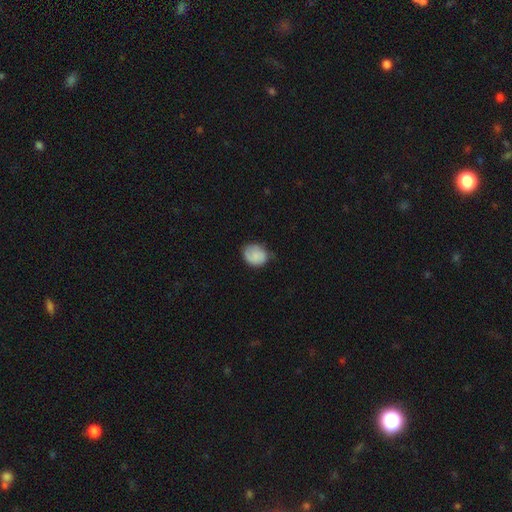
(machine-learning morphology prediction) Q: Smooth or featured?
A: smooth (76%); runner-up: featured or disk (17%)
Q: How rounded?
A: round (57%); runner-up: in between (42%)
Q: Merging?
A: none (60%); runner-up: minor disturbance (31%)